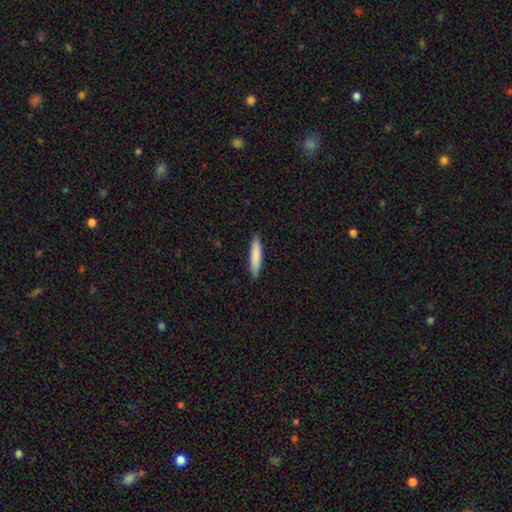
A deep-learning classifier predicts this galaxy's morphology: smooth 83%, featured or disk 12%, star or artifact 5%. Down the decision tree: how rounded — cigar-shaped (86%); merging — none (89%).